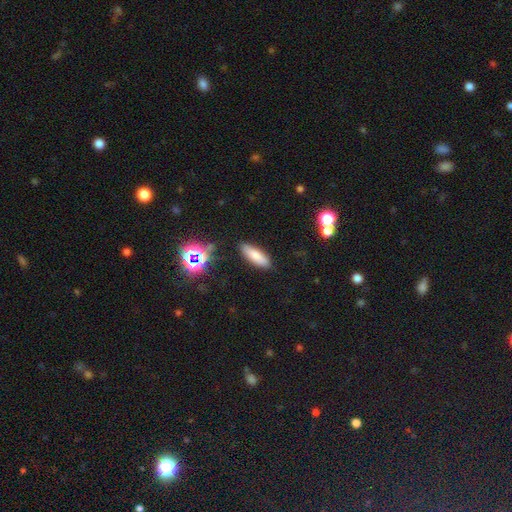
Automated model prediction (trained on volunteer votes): The model was most divided on "how rounded": in between: 55%, cigar-shaped: 43%, round: 2%. More confident: merging — none (85%); smooth or featured — smooth (77%).